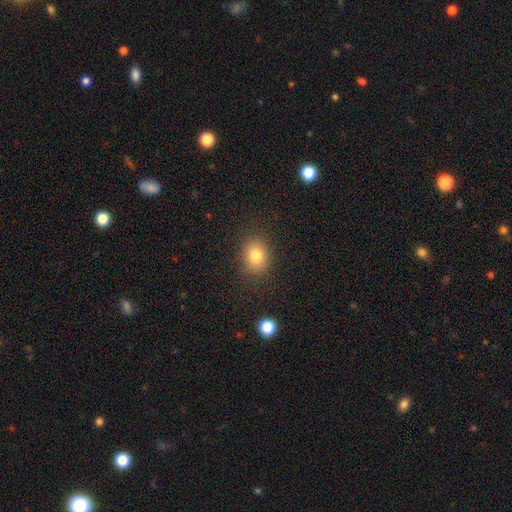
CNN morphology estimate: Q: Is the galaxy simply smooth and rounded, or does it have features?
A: smooth — 81%.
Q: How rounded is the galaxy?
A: round — 51%.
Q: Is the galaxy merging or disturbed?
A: none — 85%.